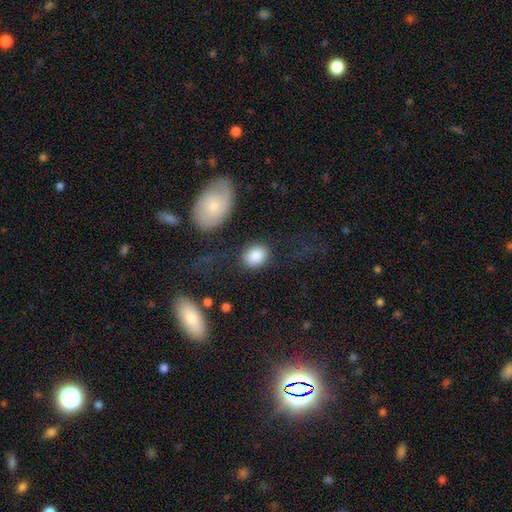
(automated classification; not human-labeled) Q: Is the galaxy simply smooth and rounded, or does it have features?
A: smooth — 86%.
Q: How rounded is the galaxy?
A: in between — 55%.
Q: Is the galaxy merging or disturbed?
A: none — 77%.